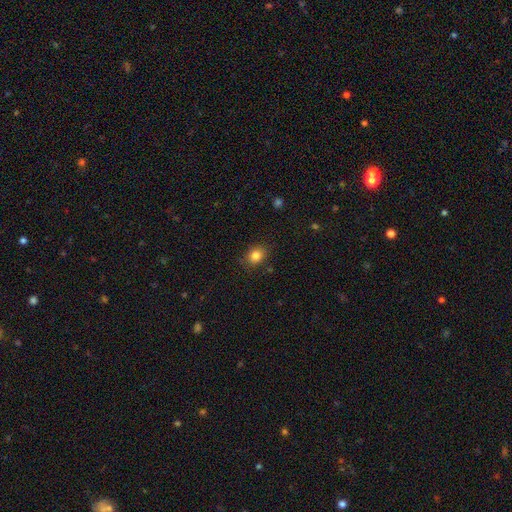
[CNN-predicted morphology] This is clearly a smooth galaxy (83%). How rounded: possibly round (51%). Merging: clearly none (85%).